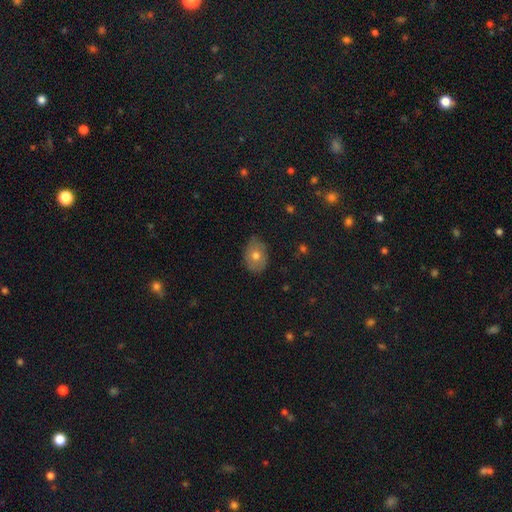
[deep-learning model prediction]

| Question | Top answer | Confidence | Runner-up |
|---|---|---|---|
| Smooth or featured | smooth | 67% | featured or disk (22%) |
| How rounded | in between | 67% | round (32%) |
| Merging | none | 75% | minor disturbance (21%) |